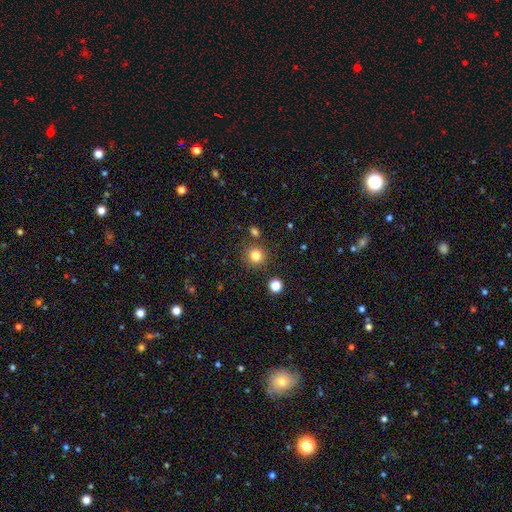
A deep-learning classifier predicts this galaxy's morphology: Smooth or featured? smooth (81%)
How rounded? round (93%)
Merging? none (83%)